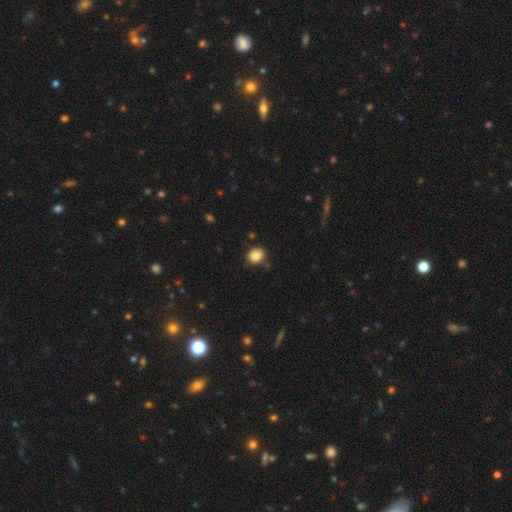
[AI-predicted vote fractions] smooth_or_featured: smooth (p=0.87) [alt: star or artifact p=0.09]
how_rounded: round (p=0.53) [alt: in between p=0.46]
merging: none (p=0.81) [alt: minor disturbance p=0.12]